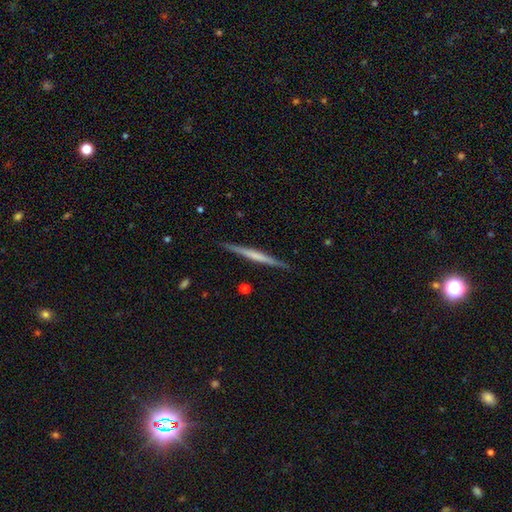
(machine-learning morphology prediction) This is possibly a featured or disk galaxy (58%). It is clearly viewed edge-on (98%). Edge-on bulge: likely none (69%). Merging: clearly none (90%).